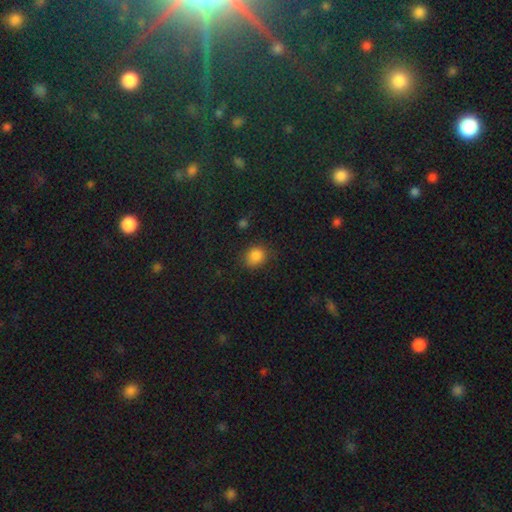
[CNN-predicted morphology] Overall: smooth (85%). How rounded: round (69%; in between 30%). Merging: none (77%).